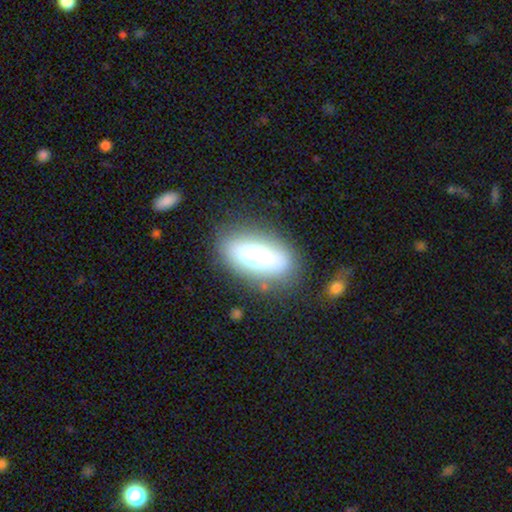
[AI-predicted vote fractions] A smooth galaxy with no disk features (61%) that is in between round and cigar-shaped (80%). Merging: none (77%).